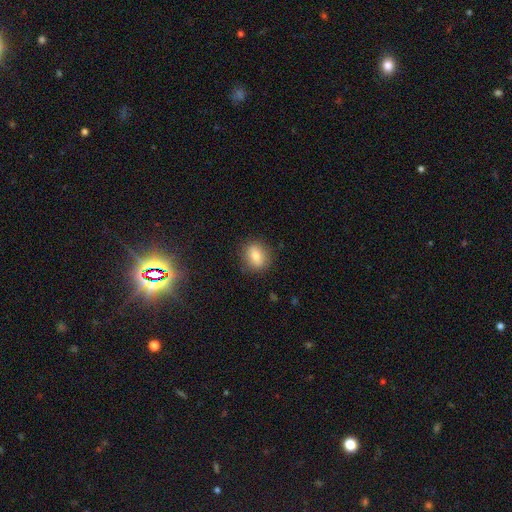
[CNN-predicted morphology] smooth_or_featured: smooth (p=0.76) [alt: featured or disk p=0.15]
how_rounded: round (p=0.55) [alt: in between p=0.43]
merging: none (p=0.85) [alt: minor disturbance p=0.11]